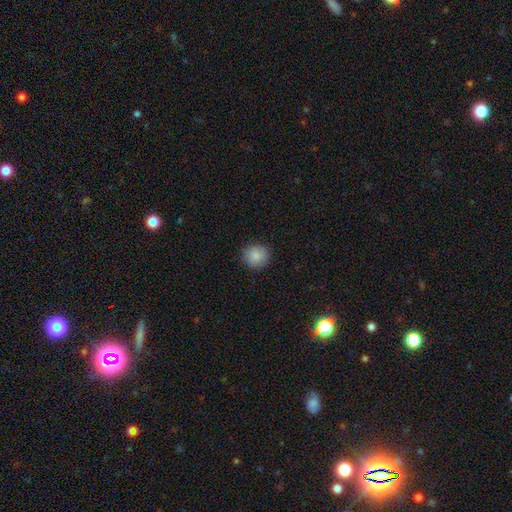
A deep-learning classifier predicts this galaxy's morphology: smooth-or-featured: smooth: 87% | star or artifact: 8% | featured or disk: 5%
  how-rounded: round: 90% | in between: 9% | cigar-shaped: 1%
  merging: none: 88% | minor disturbance: 9% | major disturbance: 2% | merger: 1%